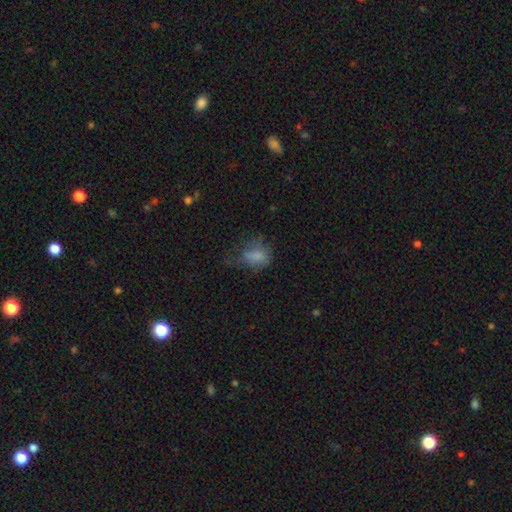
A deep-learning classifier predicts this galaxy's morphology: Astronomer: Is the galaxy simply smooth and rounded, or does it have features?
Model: smooth — 69%.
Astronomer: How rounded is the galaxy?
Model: in between — 72%.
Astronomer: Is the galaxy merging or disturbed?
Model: major disturbance — 40% (runner-up: none, 31%).